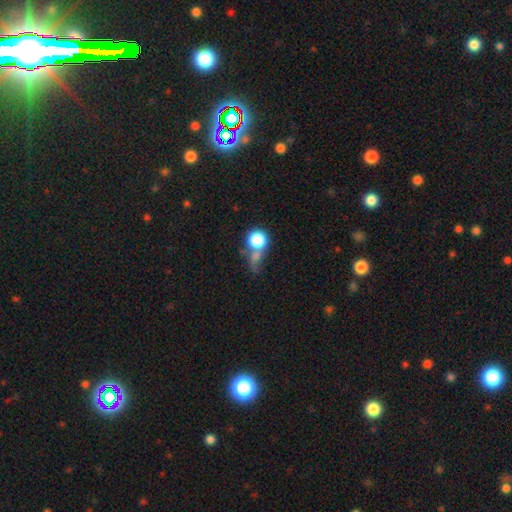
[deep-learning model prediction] A smooth galaxy with no disk features (70%) that is round (78%). Merging: merger (35%).